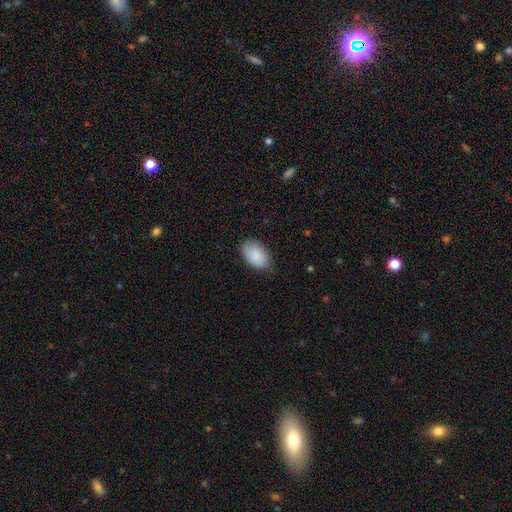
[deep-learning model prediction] This is clearly a smooth galaxy (88%). How rounded: clearly in between (92%). Merging: clearly none (81%).